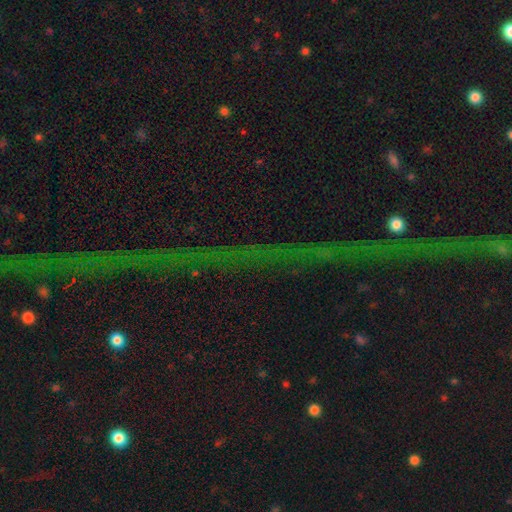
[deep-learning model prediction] Smooth or featured: star or artifact — 73% (featured or disk — 16%)